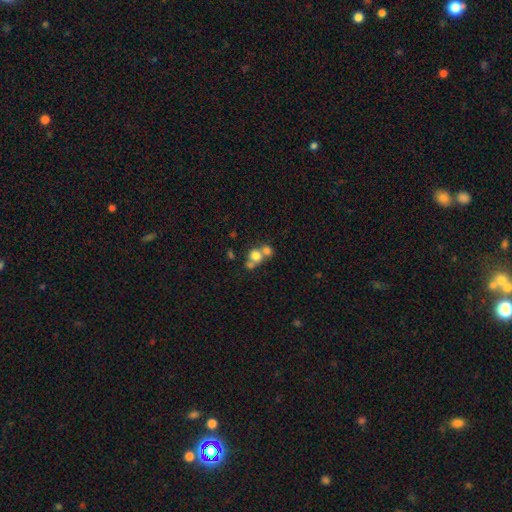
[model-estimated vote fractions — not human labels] Overall: smooth (72%). How rounded: round (76%). Merging: merger (58%; none 32%).